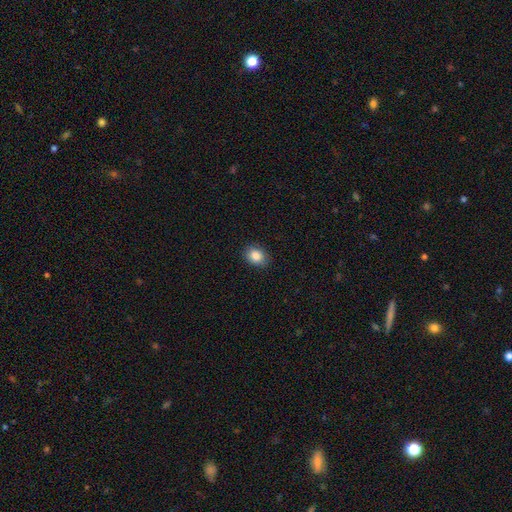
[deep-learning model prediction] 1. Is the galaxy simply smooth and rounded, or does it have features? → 86% smooth, 9% star or artifact, 6% featured or disk.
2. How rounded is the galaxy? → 57% in between, 42% round, 1% cigar-shaped.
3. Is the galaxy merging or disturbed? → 88% none, 9% minor disturbance, 2% major disturbance, 1% merger.